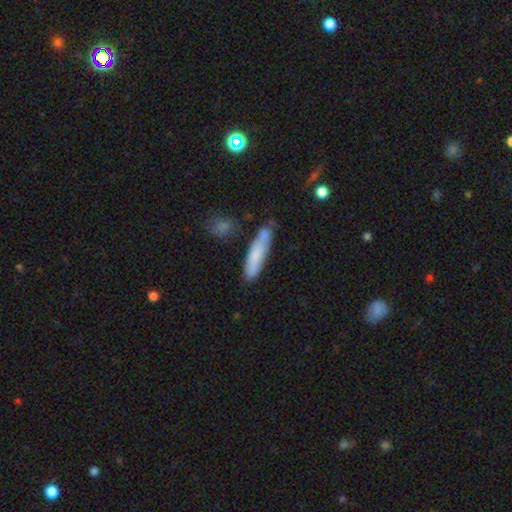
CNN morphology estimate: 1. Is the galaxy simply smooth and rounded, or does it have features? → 75% smooth, 18% featured or disk, 6% star or artifact.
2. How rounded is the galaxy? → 76% cigar-shaped, 22% in between, 2% round.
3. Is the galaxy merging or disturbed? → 66% none, 21% minor disturbance, 9% merger, 5% major disturbance.